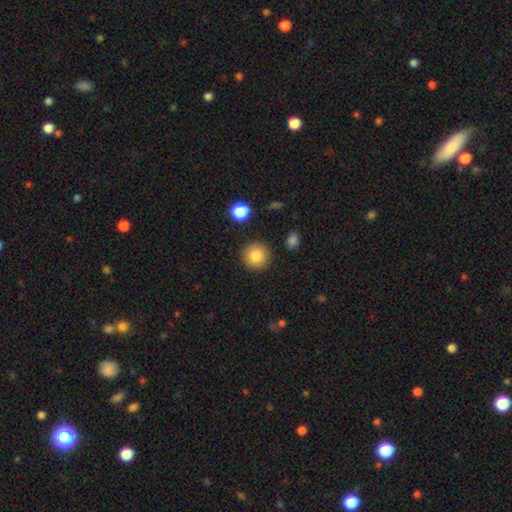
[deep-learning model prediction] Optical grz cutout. It shows a smooth galaxy with no disk features (85%) that is round (95%). Merging: none (90%).